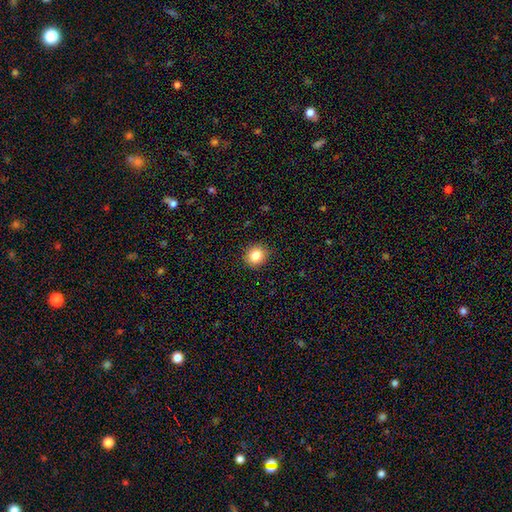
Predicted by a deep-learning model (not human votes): Q: Smooth or featured?
A: smooth (85%); runner-up: star or artifact (10%)
Q: How rounded?
A: round (85%); runner-up: in between (14%)
Q: Merging?
A: none (90%); runner-up: minor disturbance (7%)